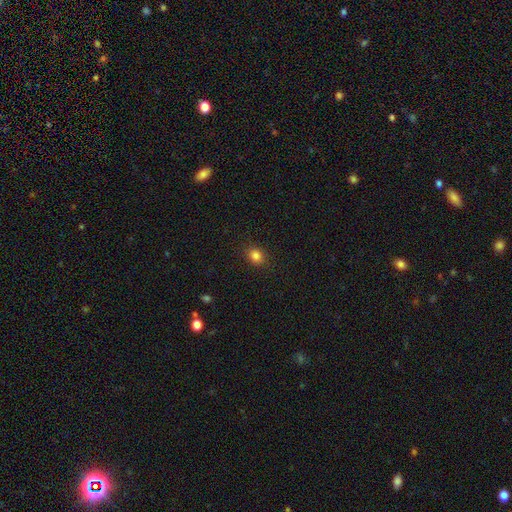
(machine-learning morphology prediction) smooth-or-featured: smooth: 84% | star or artifact: 12% | featured or disk: 5%
  how-rounded: round: 61% | in between: 38% | cigar-shaped: 1%
  merging: none: 88% | minor disturbance: 9% | major disturbance: 2% | merger: 1%